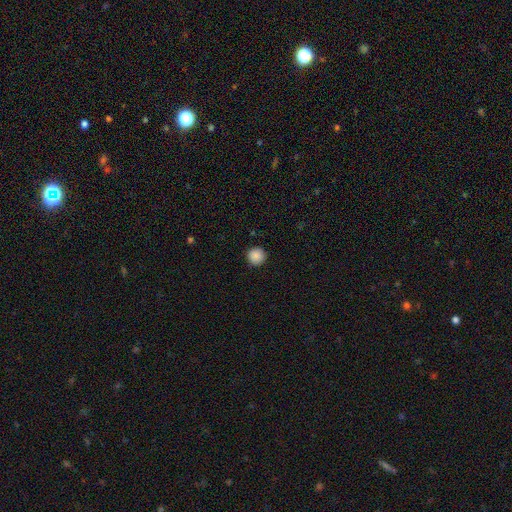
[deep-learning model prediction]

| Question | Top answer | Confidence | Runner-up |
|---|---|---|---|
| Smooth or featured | smooth | 88% | star or artifact (9%) |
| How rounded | round | 96% | in between (4%) |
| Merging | none | 91% | minor disturbance (6%) |